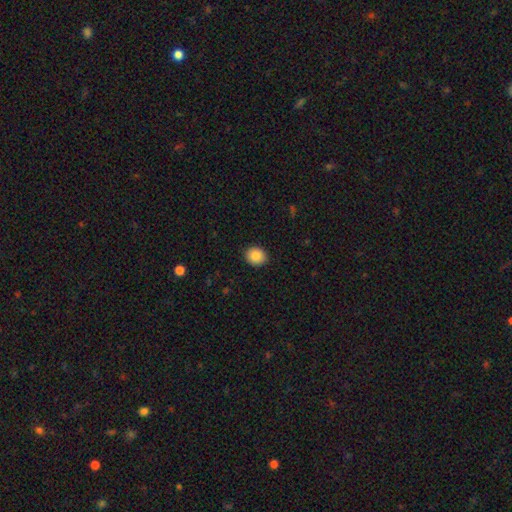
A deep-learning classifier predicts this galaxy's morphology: Smooth or featured?
  - smooth: 87% *
  - star or artifact: 9%
  - featured or disk: 4%
How rounded?
  - round: 75% *
  - in between: 24%
  - cigar-shaped: 1%
Merging?
  - none: 91% *
  - minor disturbance: 6%
  - major disturbance: 2%
  - merger: 1%